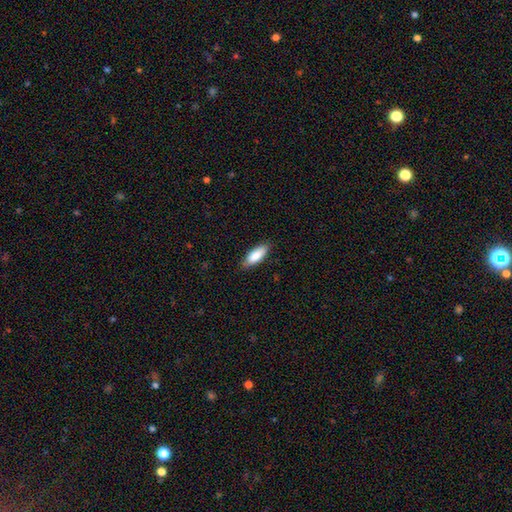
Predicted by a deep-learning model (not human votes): Q: Smooth or featured?
A: smooth (85%); runner-up: featured or disk (9%)
Q: How rounded?
A: in between (71%); runner-up: cigar-shaped (28%)
Q: Merging?
A: none (85%); runner-up: minor disturbance (12%)